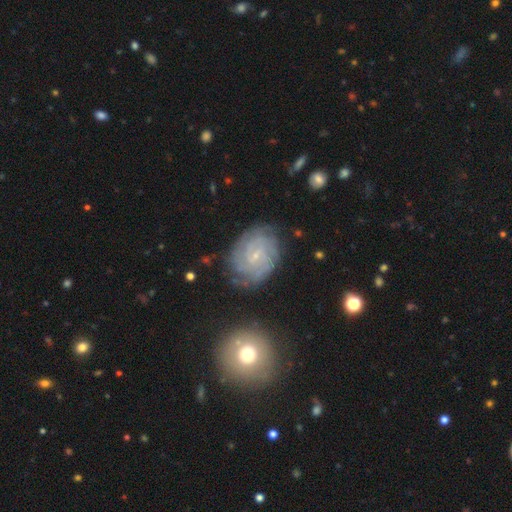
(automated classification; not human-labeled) The model was most divided on "bar": no: 55%, weak: 39%, strong: 6%. Remaining: edge-on disk — no (97%); spiral arms — yes (95%); bulge size — small (82%); smooth or featured — featured or disk (79%); merging — none (77%); spiral winding — tight (72%); spiral arm count — can't tell (37%).